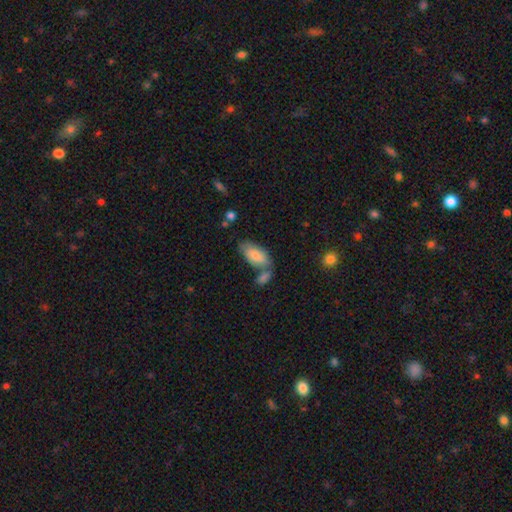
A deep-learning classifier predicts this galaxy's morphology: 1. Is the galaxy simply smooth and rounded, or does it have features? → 76% smooth, 18% featured or disk, 6% star or artifact.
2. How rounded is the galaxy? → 91% in between, 6% cigar-shaped, 3% round.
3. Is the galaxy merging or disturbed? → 50% none, 25% merger, 19% minor disturbance, 6% major disturbance.